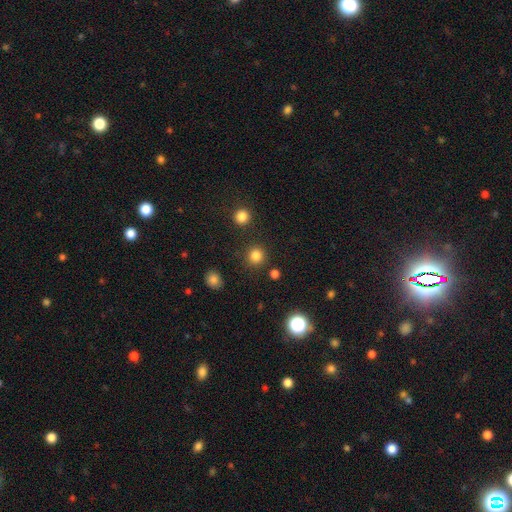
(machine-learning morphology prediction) smooth_or_featured: smooth (p=0.83) [alt: star or artifact p=0.14]
how_rounded: round (p=0.94) [alt: in between p=0.05]
merging: none (p=0.89) [alt: minor disturbance p=0.05]